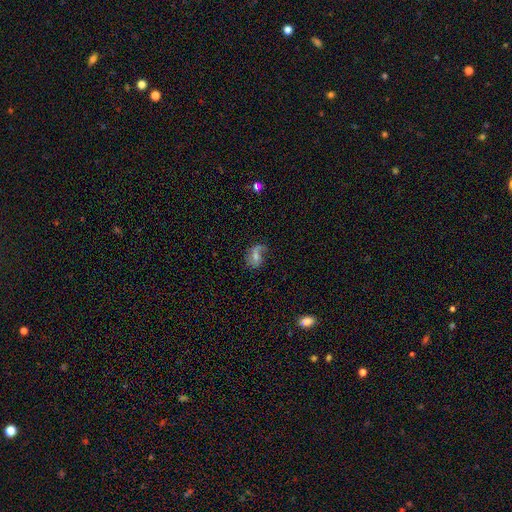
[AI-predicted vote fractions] A featured or disk galaxy (52%).

Vote fractions:
- Smooth or featured? featured or disk: 52% / smooth: 37% / star or artifact: 11%
- Edge-on disk? no: 96% / yes: 4%
- Merging? none: 44% / minor disturbance: 27% / major disturbance: 26% / merger: 3%